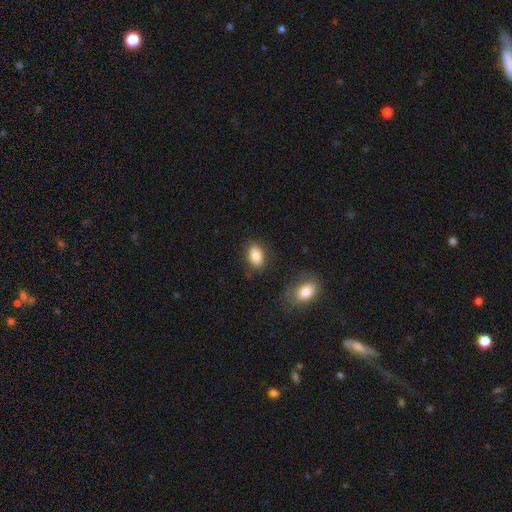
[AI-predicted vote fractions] smooth-or-featured: smooth: 85% | star or artifact: 8% | featured or disk: 8%
  how-rounded: in between: 87% | round: 11% | cigar-shaped: 2%
  merging: none: 81% | minor disturbance: 12% | major disturbance: 4% | merger: 3%